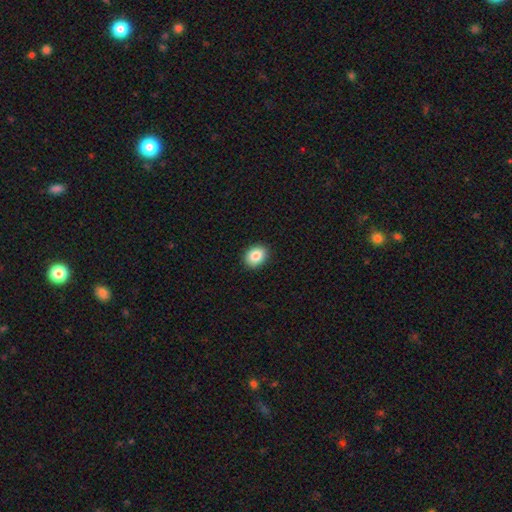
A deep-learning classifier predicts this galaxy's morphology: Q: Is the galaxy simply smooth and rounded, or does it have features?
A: smooth — 87%.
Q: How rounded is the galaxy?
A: round — 51%.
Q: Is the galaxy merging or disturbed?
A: none — 91%.